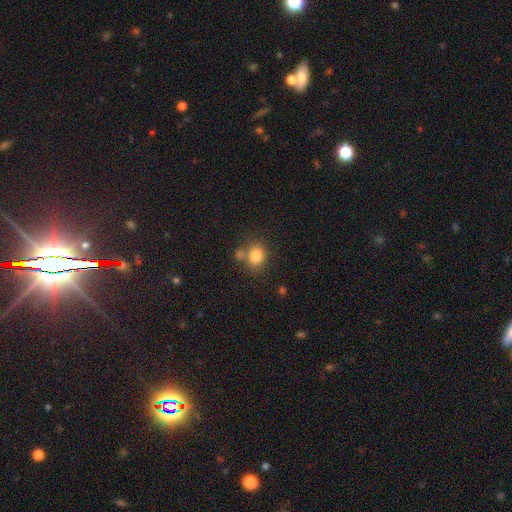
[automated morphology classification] Smooth or featured: smooth — 82% (star or artifact — 11%)
How rounded: round — 76% (in between — 23%)
Merging: none — 63% (merger — 19%)